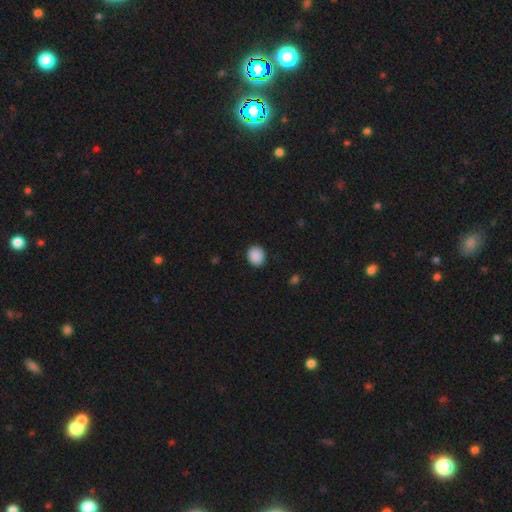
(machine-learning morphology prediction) type=smooth (90%); roundness=round (74%); merging=none (90%).